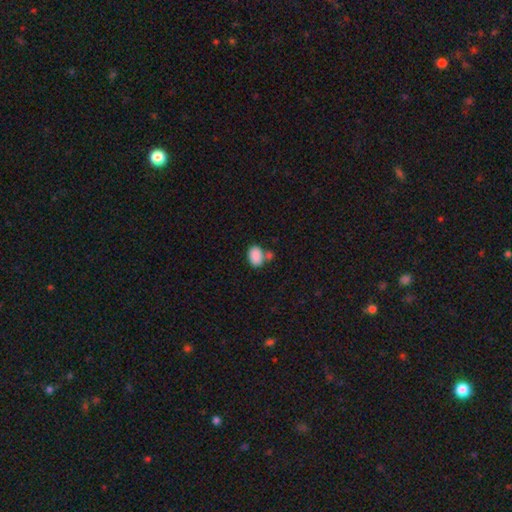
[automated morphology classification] The model was most divided on "merging": none: 57%, merger: 24%, minor disturbance: 15%, major disturbance: 5%. More confident: smooth or featured — smooth (88%); how rounded — in between (82%).